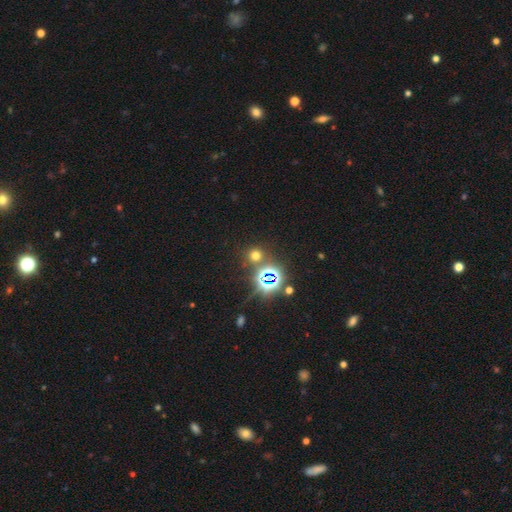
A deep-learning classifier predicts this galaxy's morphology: Smooth or featured? smooth (54%)
How rounded? round (89%)
Merging? none (80%)